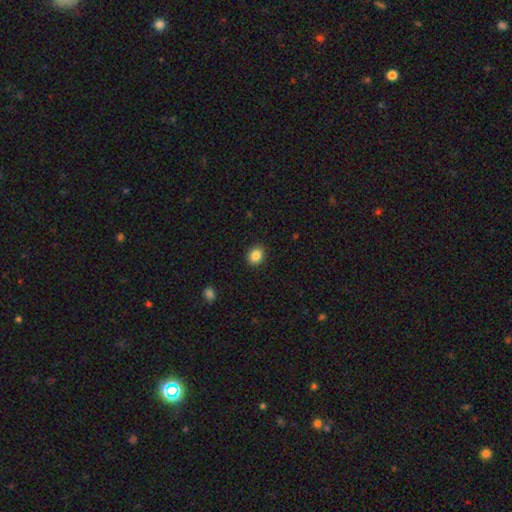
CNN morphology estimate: Overall: smooth (86%). How rounded: round (55%; in between 45%). Merging: none (89%).